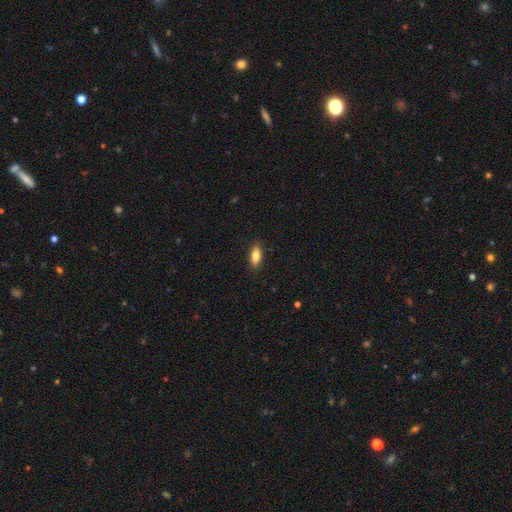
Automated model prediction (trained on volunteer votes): Q: Smooth or featured?
A: smooth (81%); runner-up: featured or disk (12%)
Q: How rounded?
A: in between (79%); runner-up: cigar-shaped (18%)
Q: Merging?
A: none (88%); runner-up: minor disturbance (9%)